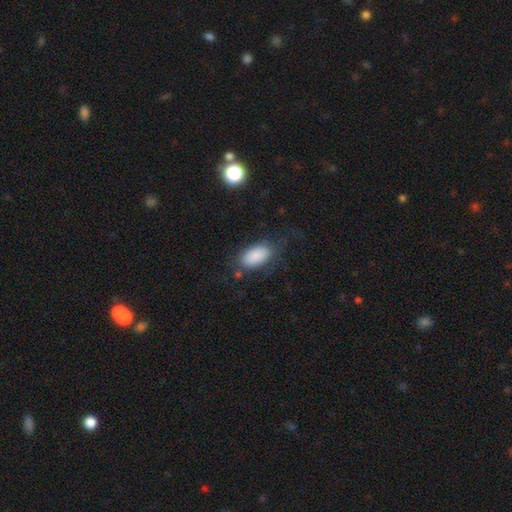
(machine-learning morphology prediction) Overall: smooth (86%). How rounded: in between (94%). Merging: none (63%).